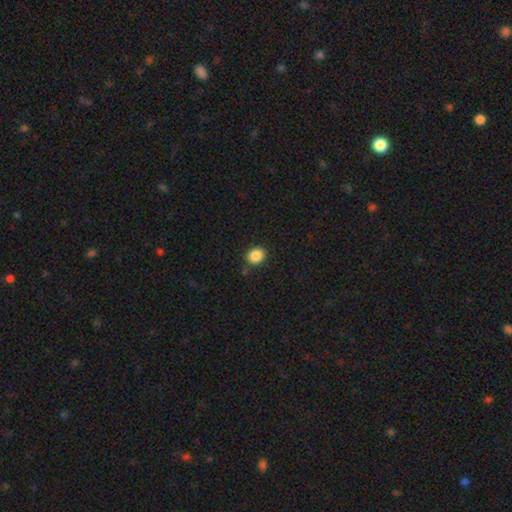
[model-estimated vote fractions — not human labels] smooth_or_featured: smooth (p=0.87) [alt: star or artifact p=0.09]
how_rounded: round (p=0.69) [alt: in between p=0.30]
merging: none (p=0.85) [alt: minor disturbance p=0.10]